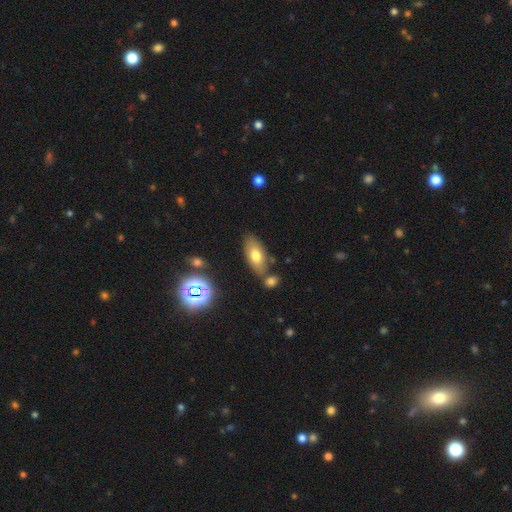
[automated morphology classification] A smooth galaxy with no disk features (71%) that is in between round and cigar-shaped (84%).

Vote fractions:
- Smooth or featured? smooth: 71% / featured or disk: 19% / star or artifact: 10%
- How rounded? in between: 84% / cigar-shaped: 12% / round: 4%
- Merging? none: 72% / minor disturbance: 13% / merger: 11% / major disturbance: 3%